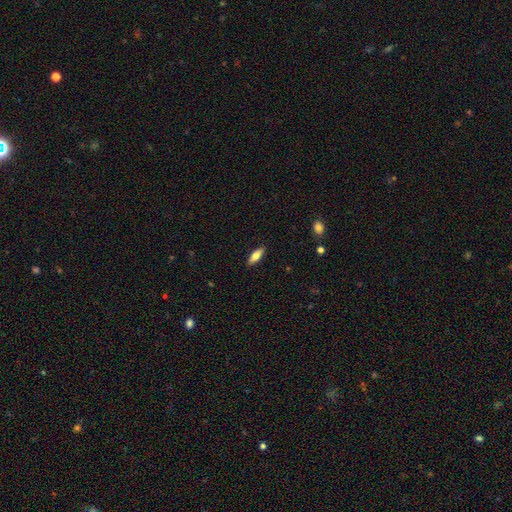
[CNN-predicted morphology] Smooth or featured?
  - smooth: 64% *
  - featured or disk: 30%
  - star or artifact: 7%
How rounded?
  - in between: 51% *
  - cigar-shaped: 47%
  - round: 2%
Merging?
  - none: 89% *
  - minor disturbance: 8%
  - major disturbance: 2%
  - merger: 1%